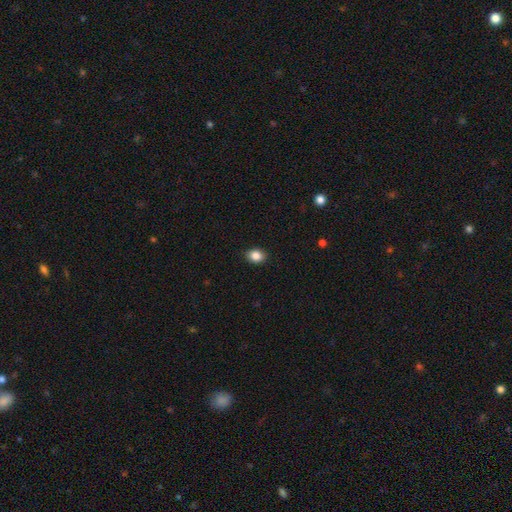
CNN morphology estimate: This appears to be a smooth galaxy with no disk features (86%) that is in between round and cigar-shaped (61%). Merging: none (89%).